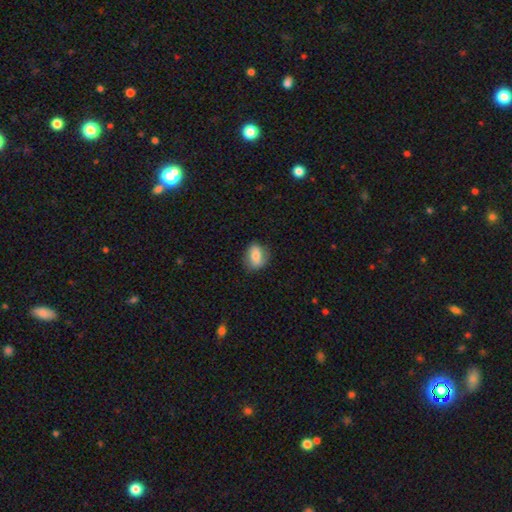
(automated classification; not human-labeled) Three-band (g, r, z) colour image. It shows a smooth galaxy with no disk features (69%) that is in between round and cigar-shaped (66%). Merging: none (70%).